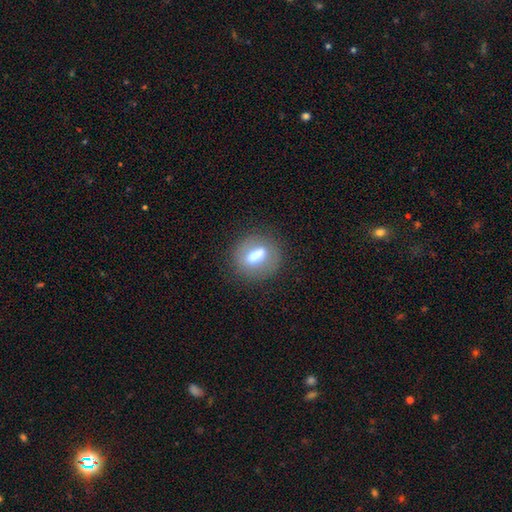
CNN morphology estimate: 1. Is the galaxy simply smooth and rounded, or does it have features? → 65% smooth, 25% featured or disk, 10% star or artifact.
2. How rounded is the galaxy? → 52% in between, 41% round, 6% cigar-shaped.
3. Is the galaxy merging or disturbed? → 72% none, 16% minor disturbance, 8% major disturbance, 4% merger.